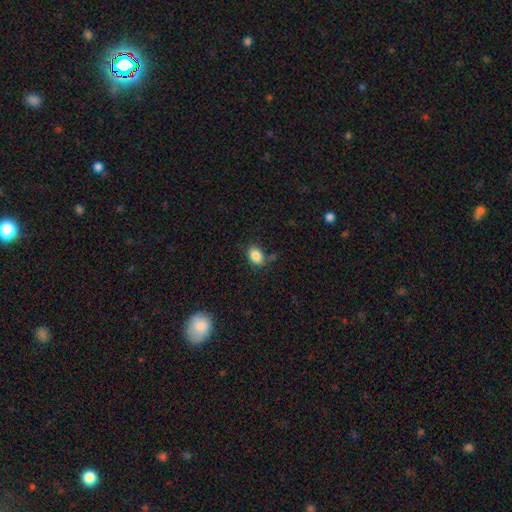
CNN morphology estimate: Smooth or featured? Predicted: smooth (p=0.86). How rounded? Predicted: in between (p=0.77). Merging? Predicted: none (p=0.72).